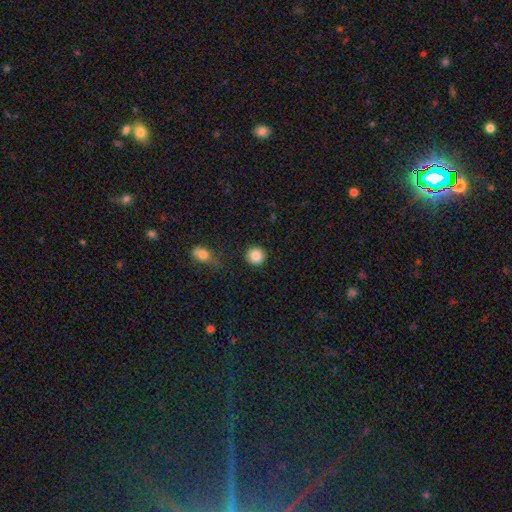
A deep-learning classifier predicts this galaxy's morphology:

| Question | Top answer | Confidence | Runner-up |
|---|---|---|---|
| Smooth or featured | smooth | 88% | star or artifact (8%) |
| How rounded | round | 93% | in between (6%) |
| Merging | none | 88% | minor disturbance (6%) |